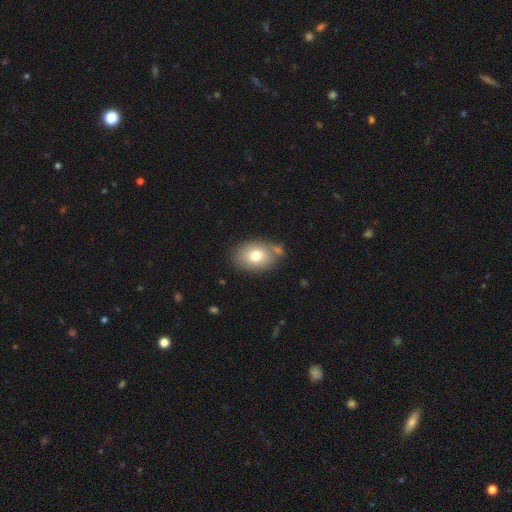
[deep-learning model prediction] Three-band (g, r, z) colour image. It shows a smooth galaxy with no disk features (76%) that is in between round and cigar-shaped (74%). Merging: none (70%).